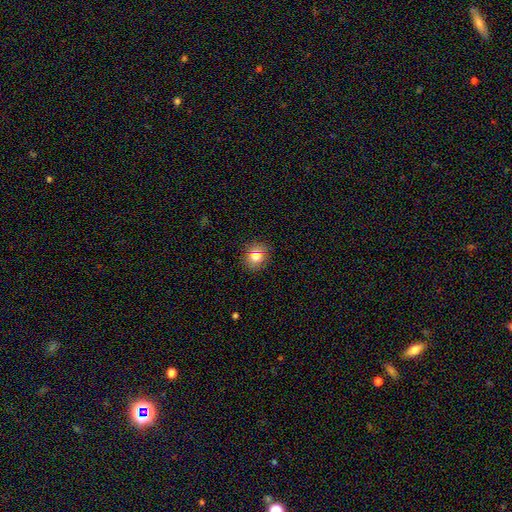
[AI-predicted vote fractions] A smooth galaxy with no disk features (75%) that is round (78%). Merging: none (87%).